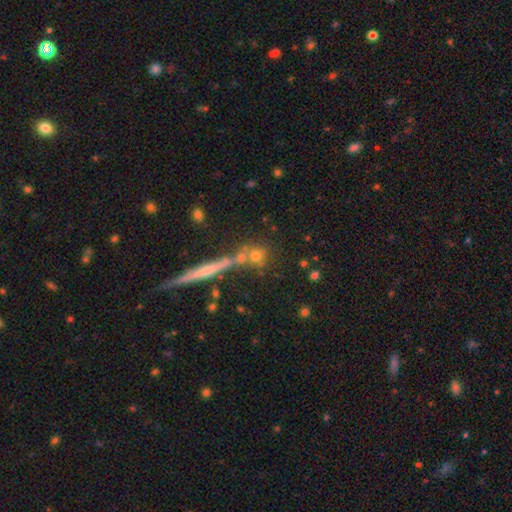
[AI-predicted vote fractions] smooth_or_featured: smooth (p=0.58) [alt: featured or disk p=0.22]
how_rounded: round (p=0.70) [alt: cigar-shaped p=0.16]
merging: none (p=0.64) [alt: merger p=0.21]